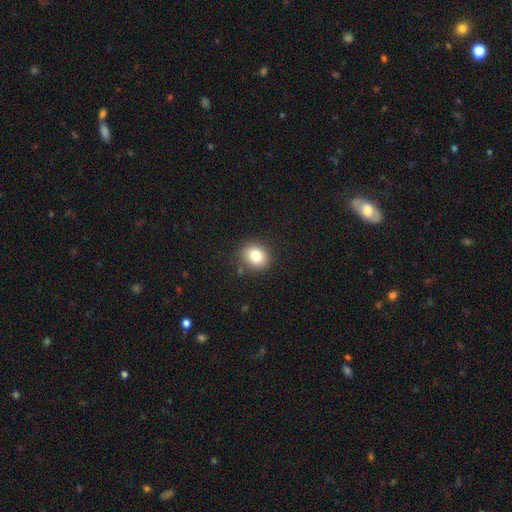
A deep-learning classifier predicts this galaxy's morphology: Smooth or featured?
  - smooth: 81% *
  - star or artifact: 11%
  - featured or disk: 8%
How rounded?
  - round: 66% *
  - in between: 34%
  - cigar-shaped: 1%
Merging?
  - none: 86% *
  - minor disturbance: 9%
  - major disturbance: 3%
  - merger: 2%